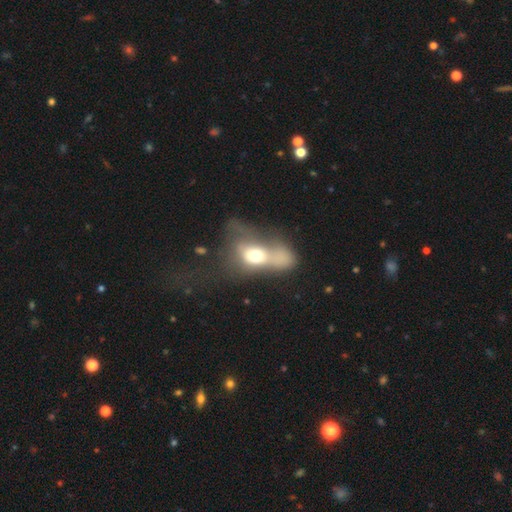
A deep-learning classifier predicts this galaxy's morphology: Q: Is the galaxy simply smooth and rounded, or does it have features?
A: smooth — 57%.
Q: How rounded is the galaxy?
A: in between — 73%.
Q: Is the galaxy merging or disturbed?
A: major disturbance — 46%.